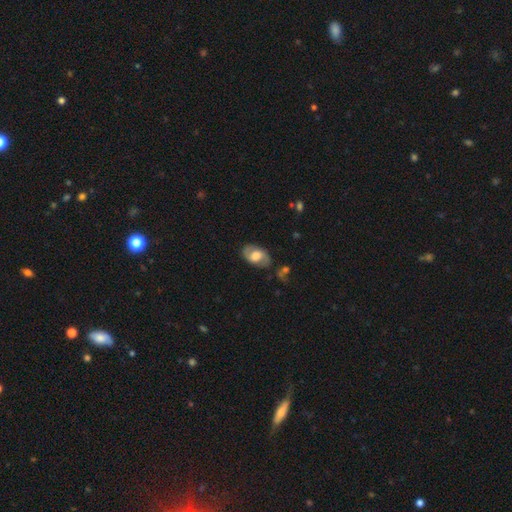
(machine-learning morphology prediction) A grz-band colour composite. It shows a featured or disk galaxy (52%). Merging: none (73%).